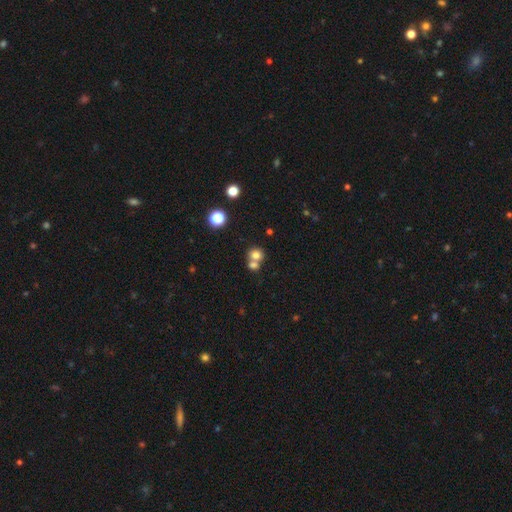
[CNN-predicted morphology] smooth 76%, star or artifact 12%, featured or disk 12%. Down the decision tree: how rounded — round (81%); merging — merger (54%).